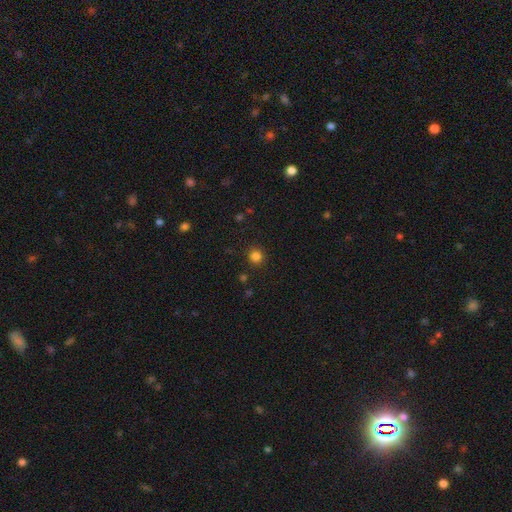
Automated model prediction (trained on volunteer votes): The model was most divided on "smooth or featured": smooth: 82%, star or artifact: 14%, featured or disk: 4%. More confident: how rounded — round (91%); merging — none (90%).